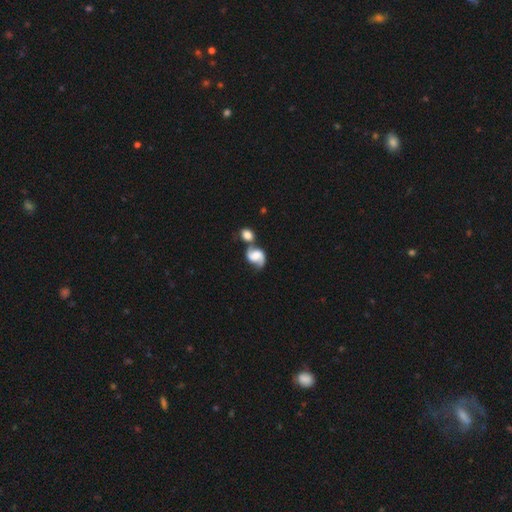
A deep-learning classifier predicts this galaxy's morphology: Smooth or featured? Predicted: featured or disk (p=0.68). Edge-on disk? Predicted: no (p=0.97). Bar? Predicted: no (p=0.46). Spiral arms? Predicted: yes (p=0.91). Spiral winding? Predicted: loose (p=0.45). Spiral arm count? Predicted: 2 (p=0.83). Bulge size? Predicted: none (p=0.29). Merging? Predicted: merger (p=0.48).